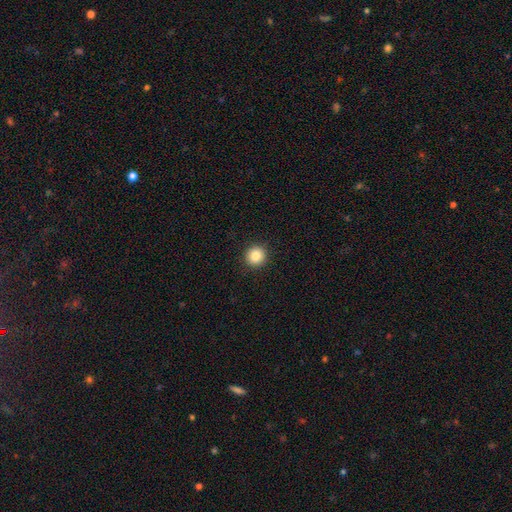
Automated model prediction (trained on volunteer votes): A smooth galaxy with no disk features (85%) that is round (94%). Merging: none (93%).